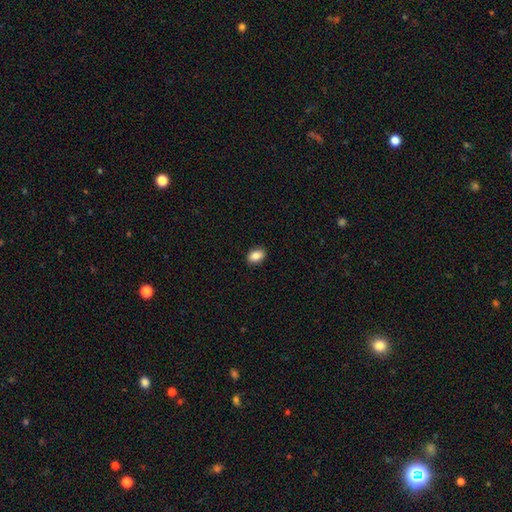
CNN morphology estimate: This is clearly a smooth galaxy (88%). How rounded: clearly in between (83%). Merging: clearly none (90%).